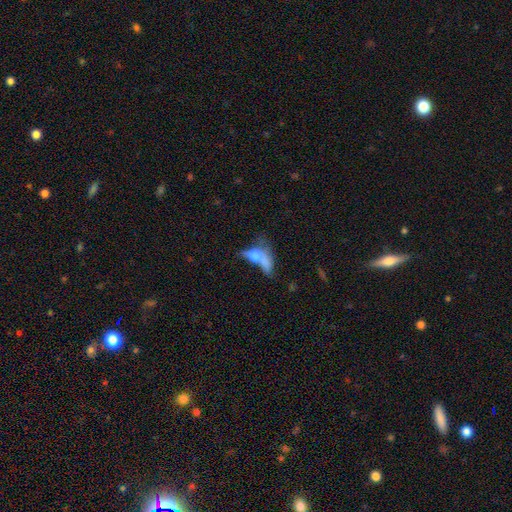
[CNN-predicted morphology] smooth_or_featured: smooth (p=0.55) [alt: featured or disk p=0.34]
how_rounded: in between (p=0.60) [alt: round p=0.23]
merging: merger (p=0.45) [alt: major disturbance p=0.24]